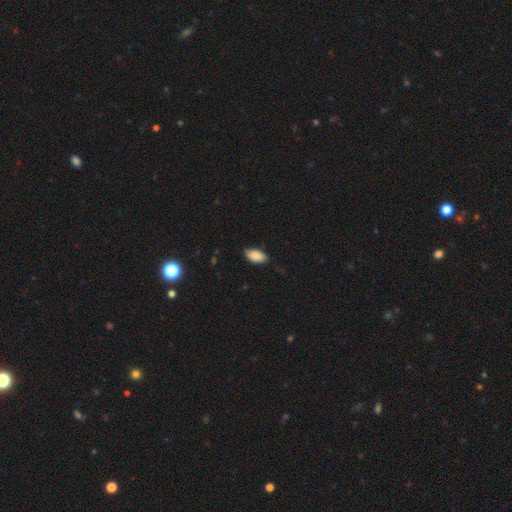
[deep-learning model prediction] smooth 88%, star or artifact 7%, featured or disk 5%. Down the decision tree: how rounded — in between (93%); merging — none (76%).